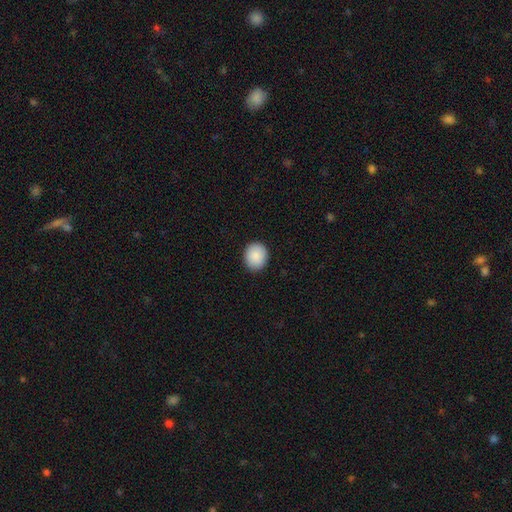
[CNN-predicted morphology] Smooth or featured? Predicted: smooth (p=0.89). How rounded? Predicted: round (p=0.68). Merging? Predicted: none (p=0.89).